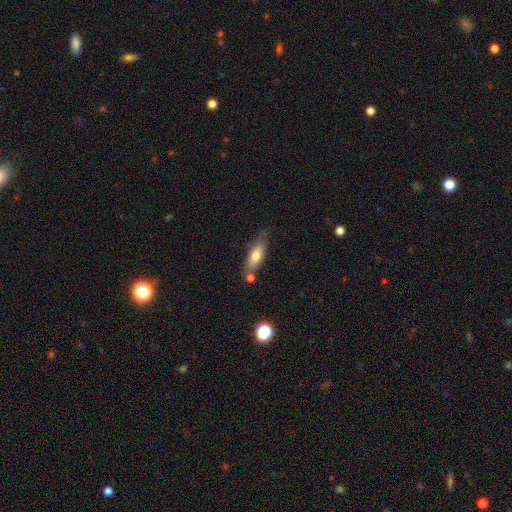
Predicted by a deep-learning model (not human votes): A smooth galaxy with no disk features (69%) that is in between round and cigar-shaped (56%).

Vote fractions:
- Smooth or featured? smooth: 69% / featured or disk: 24% / star or artifact: 7%
- How rounded? in between: 56% / cigar-shaped: 41% / round: 3%
- Merging? none: 61% / minor disturbance: 19% / merger: 15% / major disturbance: 5%